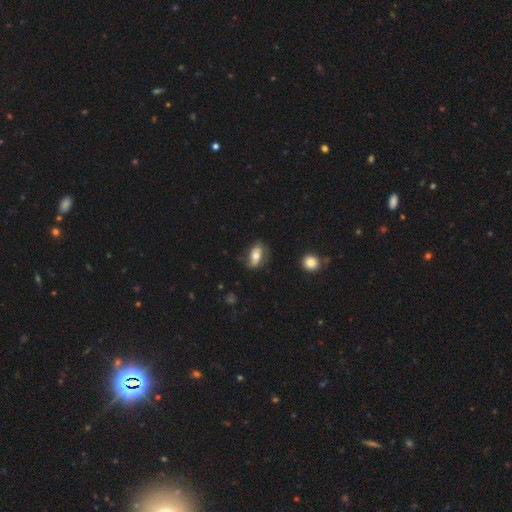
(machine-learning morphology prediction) smooth-or-featured: smooth: 59% | featured or disk: 34% | star or artifact: 7%
  how-rounded: in between: 86% | round: 8% | cigar-shaped: 6%
  merging: none: 64% | minor disturbance: 25% | major disturbance: 9% | merger: 2%